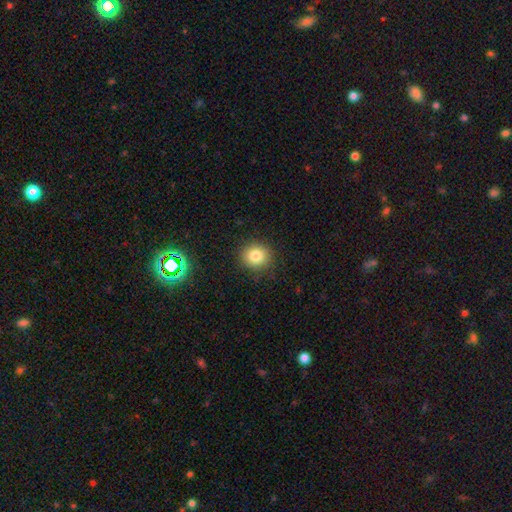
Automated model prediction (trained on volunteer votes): The model was most divided on "how rounded": round: 85%, in between: 14%, cigar-shaped: 1%. More confident: merging — none (88%); smooth or featured — smooth (83%).